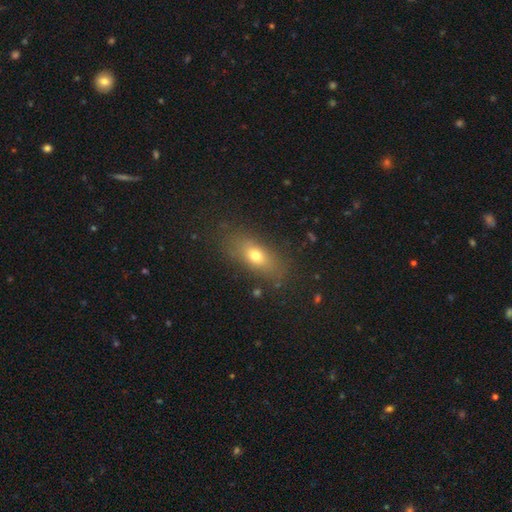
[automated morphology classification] Smooth or featured? smooth (69%)
How rounded? in between (73%)
Merging? none (78%)